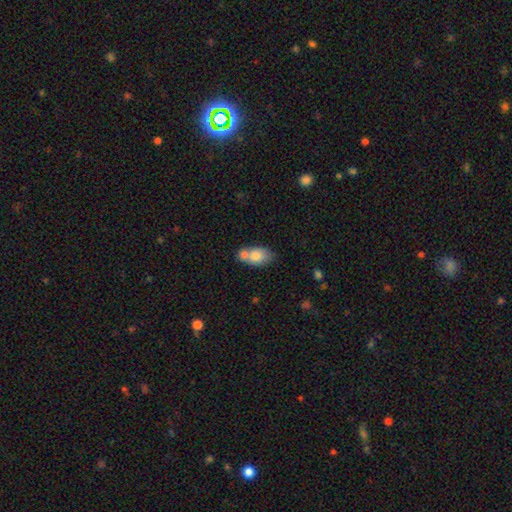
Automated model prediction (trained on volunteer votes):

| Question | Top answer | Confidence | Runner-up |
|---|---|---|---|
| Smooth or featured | smooth | 79% | featured or disk (14%) |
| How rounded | in between | 85% | round (13%) |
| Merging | none | 41% | merger (39%) |